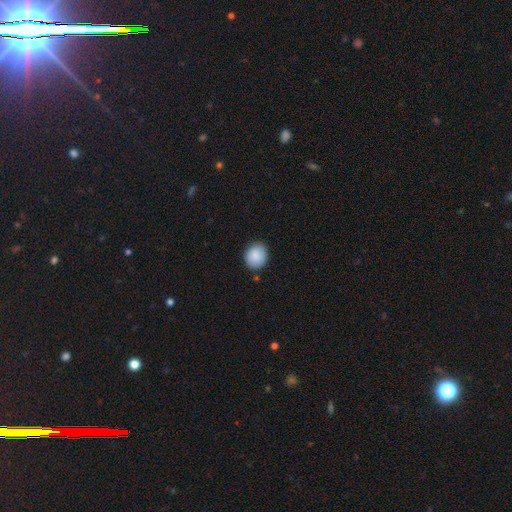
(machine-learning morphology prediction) type=smooth (89%); roundness=round (69%); merging=none (86%).